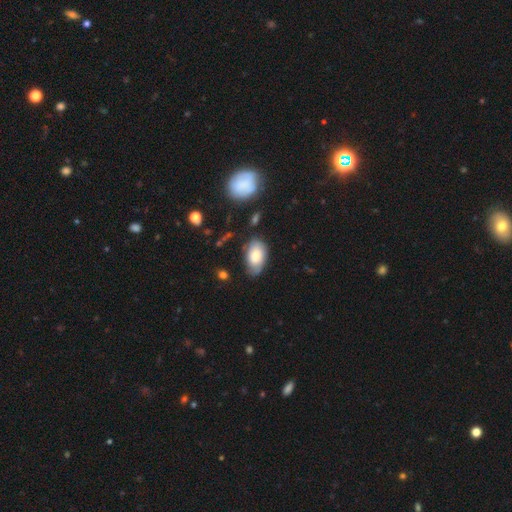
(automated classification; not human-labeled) smooth-or-featured: smooth: 69% | featured or disk: 24% | star or artifact: 7%
  how-rounded: in between: 93% | round: 6% | cigar-shaped: 2%
  merging: none: 60% | minor disturbance: 29% | major disturbance: 8% | merger: 3%